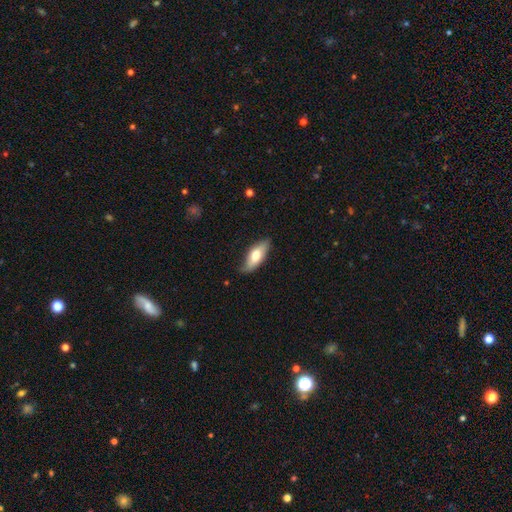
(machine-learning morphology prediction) This is likely a smooth galaxy (66%). How rounded: likely in between (77%). Merging: likely none (73%).